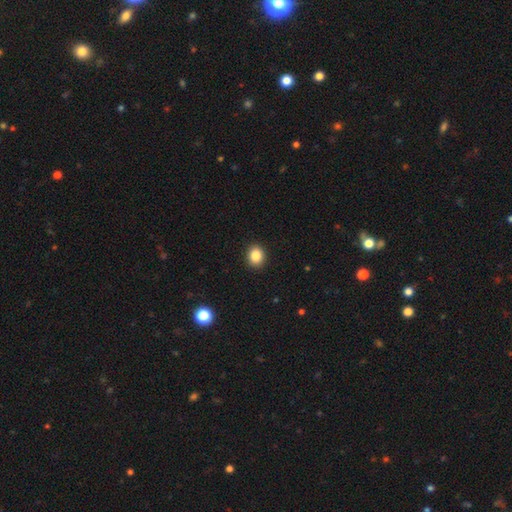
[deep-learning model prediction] Q: Smooth or featured?
A: smooth (86%); runner-up: star or artifact (10%)
Q: How rounded?
A: round (63%); runner-up: in between (37%)
Q: Merging?
A: none (92%); runner-up: minor disturbance (6%)